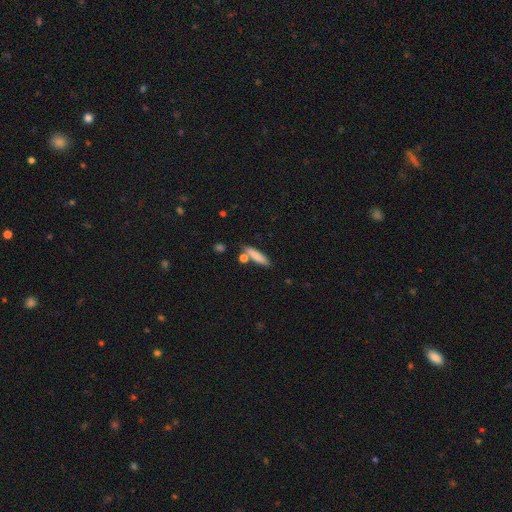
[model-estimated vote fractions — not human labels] smooth_or_featured: smooth (p=0.82) [alt: featured or disk p=0.11]
how_rounded: cigar-shaped (p=0.74) [alt: in between p=0.23]
merging: none (p=0.72) [alt: minor disturbance p=0.13]